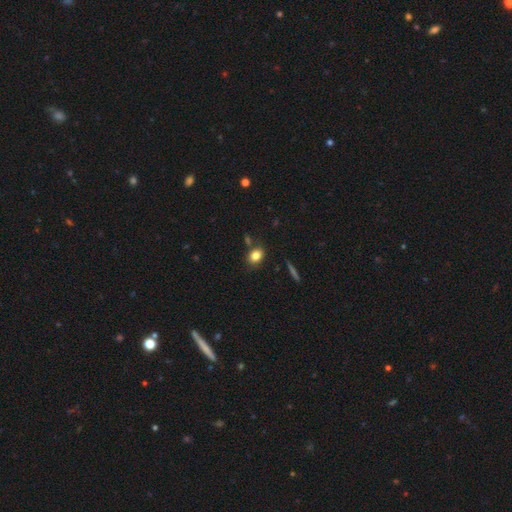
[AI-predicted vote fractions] Morphology: type=smooth (82%); roundness=in between (61%); merging=none (75%).